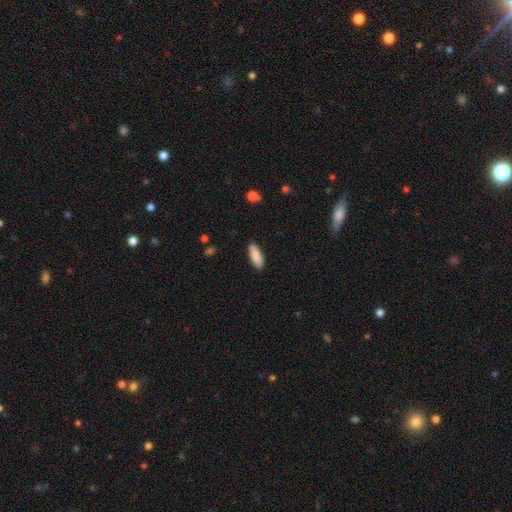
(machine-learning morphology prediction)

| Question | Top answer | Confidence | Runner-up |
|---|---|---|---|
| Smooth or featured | smooth | 88% | featured or disk (6%) |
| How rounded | in between | 65% | cigar-shaped (33%) |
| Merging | none | 89% | minor disturbance (8%) |